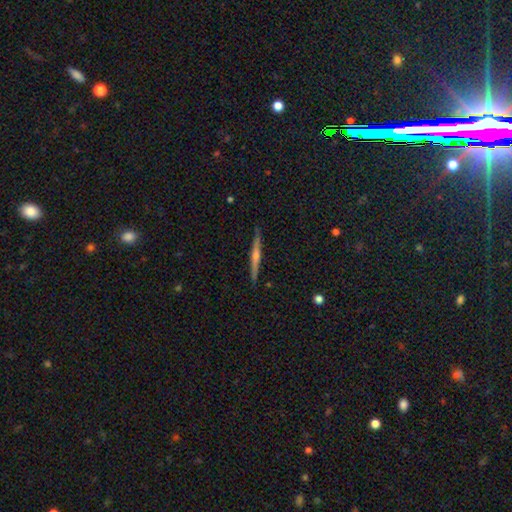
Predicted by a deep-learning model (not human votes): featured or disk 77%, smooth 15%, star or artifact 8%. Down the decision tree: edge-on disk — yes (98%); edge-on bulge — rounded (83%); merging — none (92%).